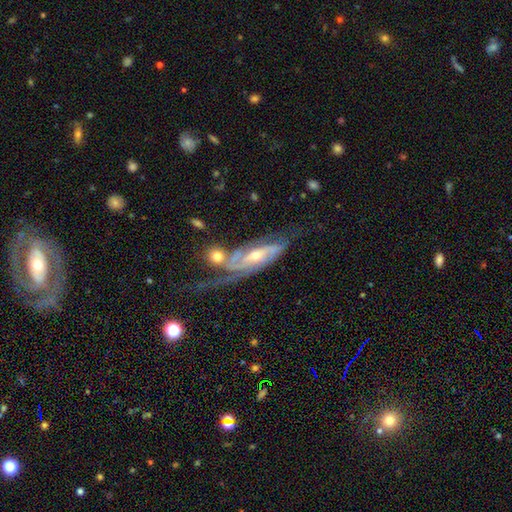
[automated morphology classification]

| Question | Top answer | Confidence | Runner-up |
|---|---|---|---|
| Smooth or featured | featured or disk | 86% | smooth (8%) |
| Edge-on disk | no | 86% | yes (14%) |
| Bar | no | 43% | weak (34%) |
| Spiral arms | yes | 95% | no (5%) |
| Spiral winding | tight | 43% | medium (39%) |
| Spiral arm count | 2 | 63% | can't tell (17%) |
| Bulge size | small | 49% | moderate (47%) |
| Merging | none | 41% | major disturbance (22%) |